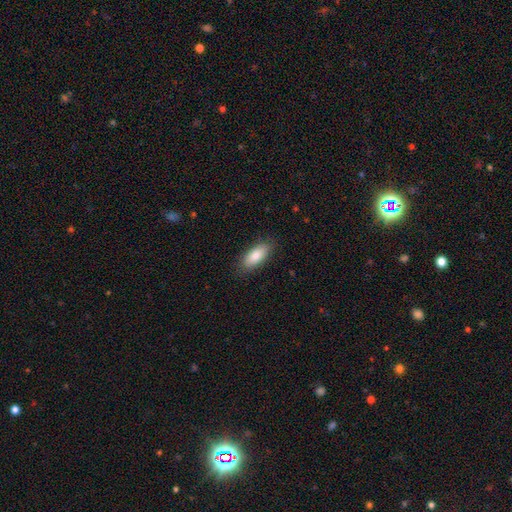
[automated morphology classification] This is clearly a smooth galaxy (82%). How rounded: clearly in between (80%). Merging: clearly none (87%).